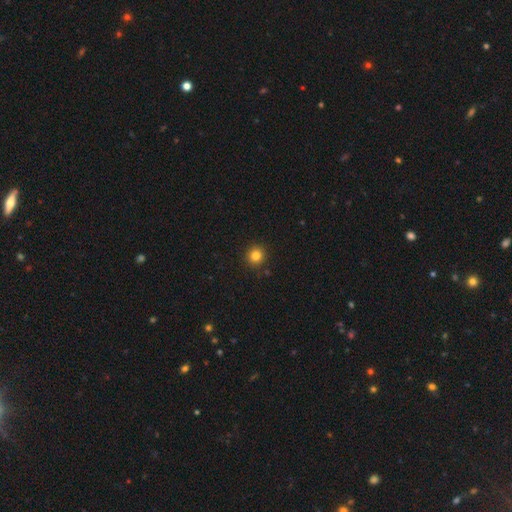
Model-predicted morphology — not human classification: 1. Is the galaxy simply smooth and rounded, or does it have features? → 83% smooth, 12% star or artifact, 5% featured or disk.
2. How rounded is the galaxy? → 92% round, 7% in between, 1% cigar-shaped.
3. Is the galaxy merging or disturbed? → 91% none, 6% minor disturbance, 2% major disturbance, 1% merger.